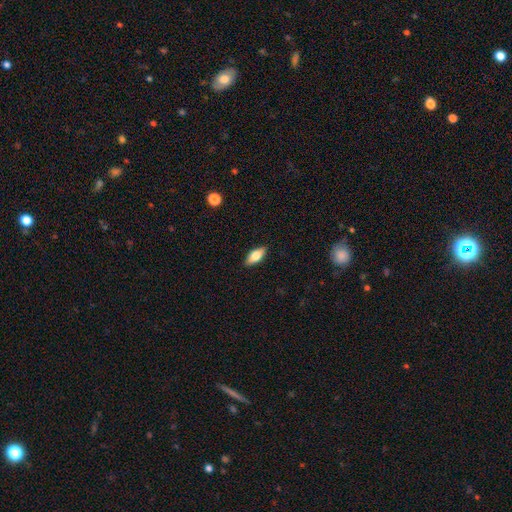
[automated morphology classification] Q: Smooth or featured?
A: smooth (75%); runner-up: featured or disk (18%)
Q: How rounded?
A: in between (85%); runner-up: cigar-shaped (12%)
Q: Merging?
A: none (89%); runner-up: minor disturbance (9%)